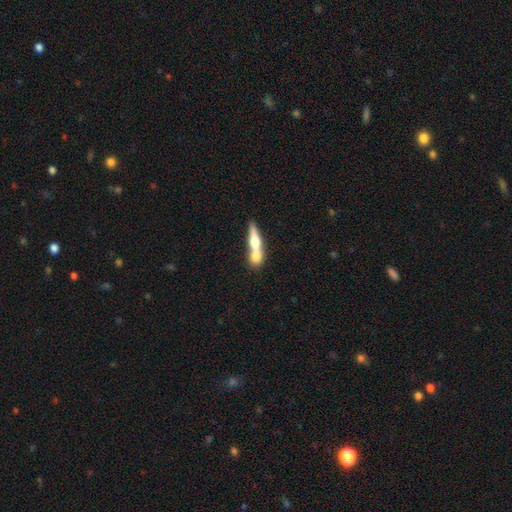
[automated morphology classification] This appears to be a smooth galaxy with no disk features (50%). Merging: merger (52%).